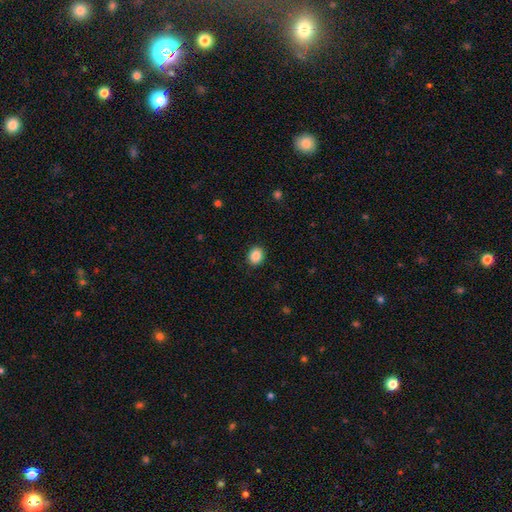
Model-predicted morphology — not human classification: A smooth galaxy with no disk features (88%) that is round (64%). Merging: none (91%).